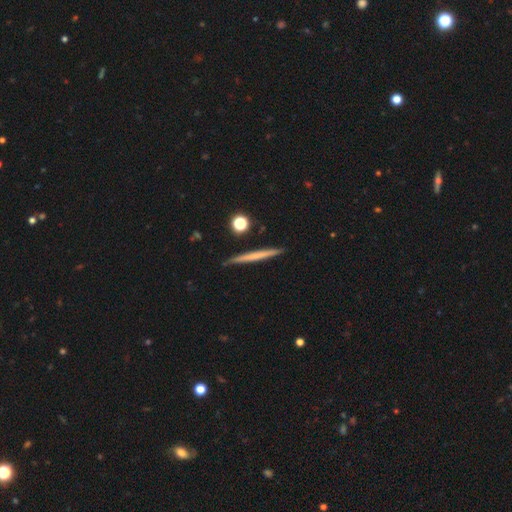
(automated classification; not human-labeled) Overall: smooth (50%; featured or disk 43%). How rounded: cigar-shaped (96%). Merging: none (90%).